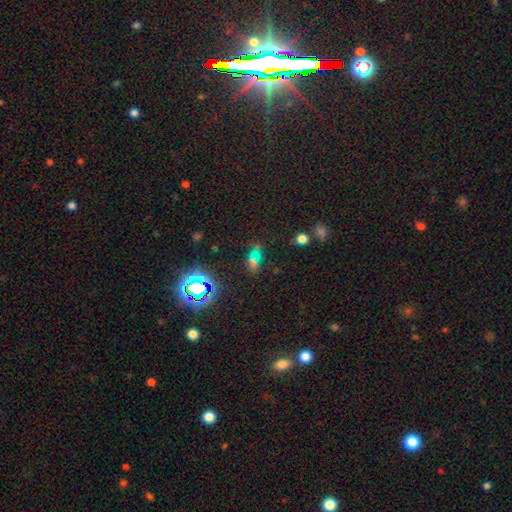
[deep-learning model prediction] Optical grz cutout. It shows a smooth galaxy with no disk features (47%). Merging: none (64%).